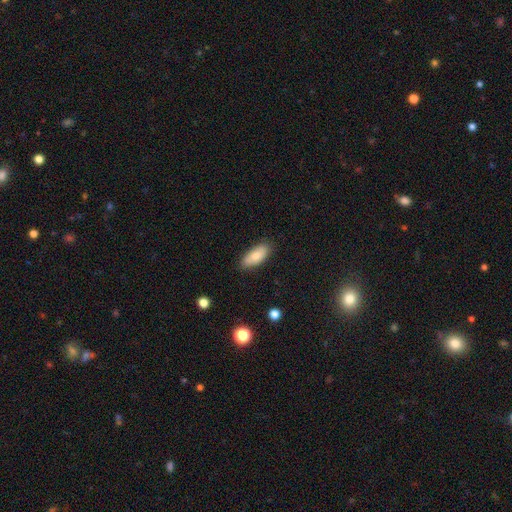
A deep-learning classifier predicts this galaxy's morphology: The model was most divided on "smooth or featured": smooth: 78%, featured or disk: 16%, star or artifact: 6%. More confident: merging — none (84%); how rounded — in between (84%).